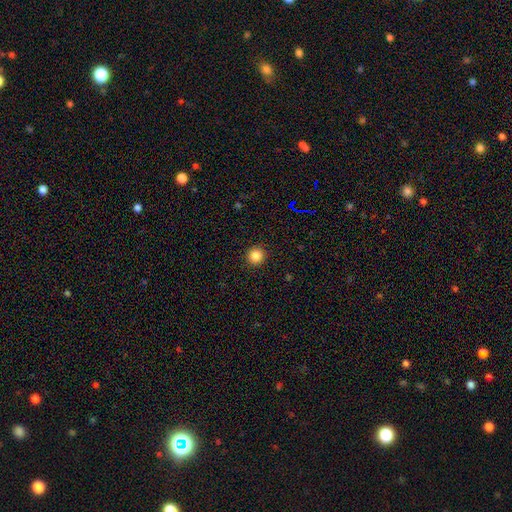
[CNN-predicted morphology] Smooth or featured: smooth — 84% (star or artifact — 12%)
How rounded: round — 94% (in between — 5%)
Merging: none — 92% (minor disturbance — 5%)